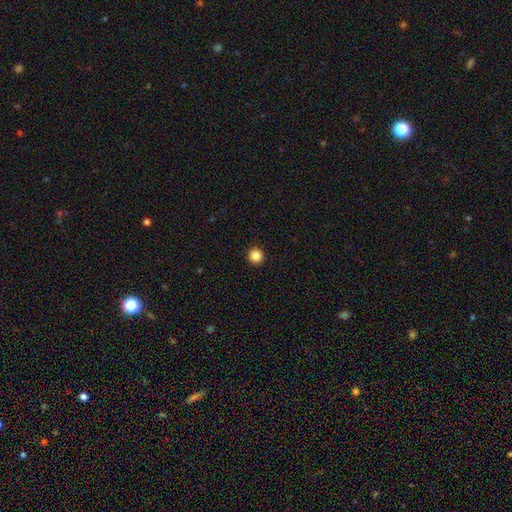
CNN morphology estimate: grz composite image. It shows a smooth galaxy with no disk features (87%) that is round (94%). Merging: none (93%).